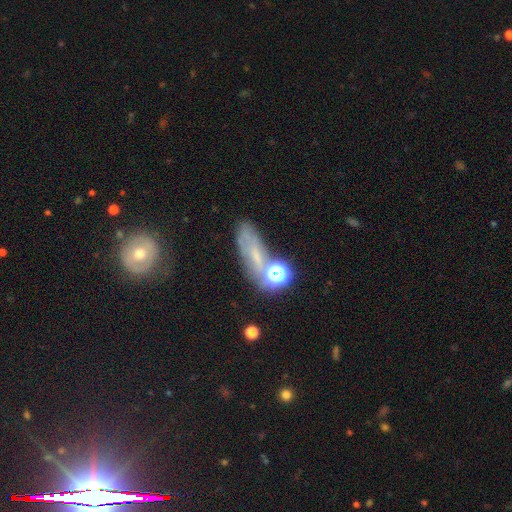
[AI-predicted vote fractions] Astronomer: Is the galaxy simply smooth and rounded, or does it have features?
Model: smooth — 40% (runner-up: featured or disk, 38%).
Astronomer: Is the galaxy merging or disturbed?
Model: none — 49%.